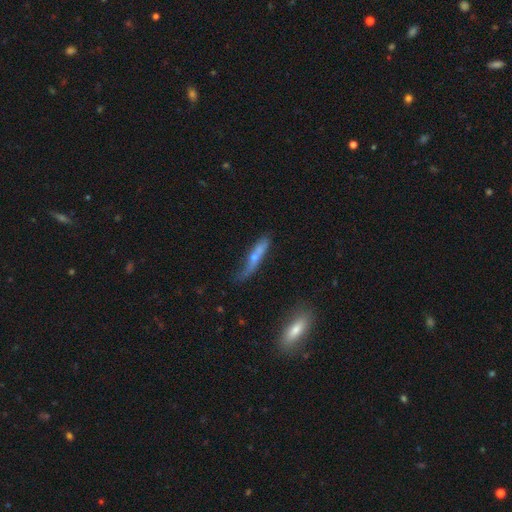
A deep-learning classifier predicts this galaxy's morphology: A featured or disk galaxy (46%, tied with smooth).

Vote fractions:
- Smooth or featured? featured or disk: 46% (tied) / smooth: 46% (tied) / star or artifact: 8%
- Merging? none: 45% / minor disturbance: 27% / major disturbance: 15% / merger: 13%